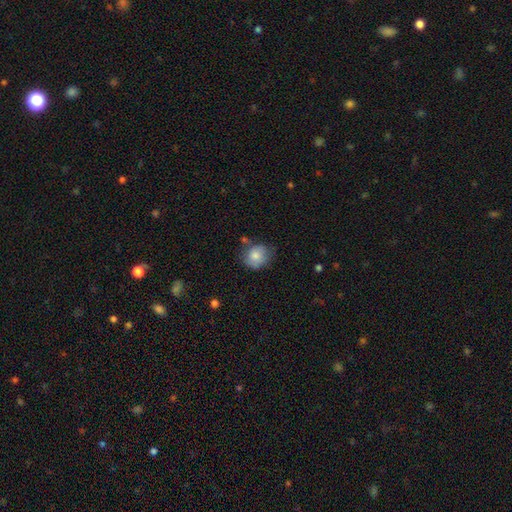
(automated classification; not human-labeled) This appears to be a smooth galaxy with no disk features (79%) that is round (67%). Merging: none (61%).